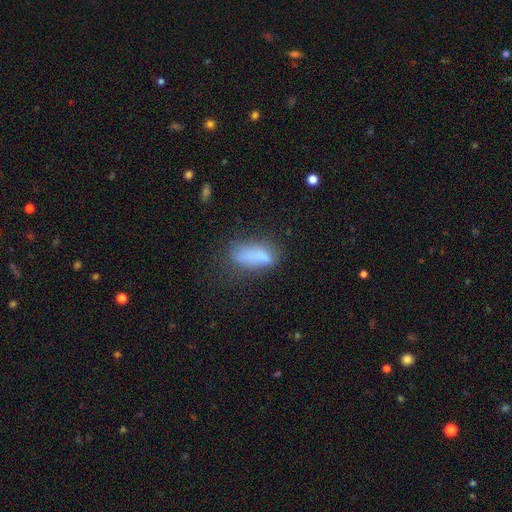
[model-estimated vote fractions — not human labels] A smooth galaxy with no disk features (73%) that is in between round and cigar-shaped (69%). Merging: none (47%).